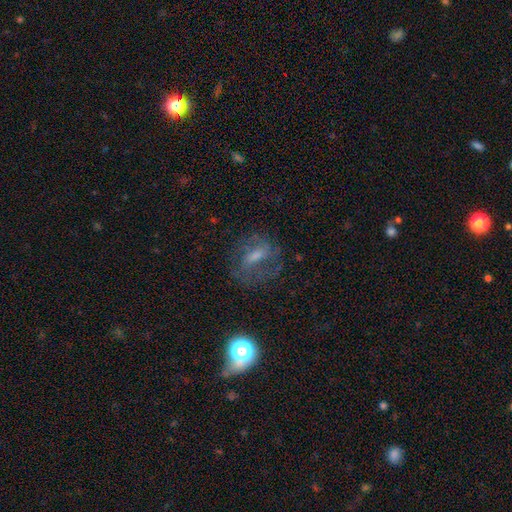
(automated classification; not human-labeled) Morphology: type=featured or disk (57%); edge-on=no (93%); bar=weak (45%); spiral arms=yes (71%); bulge=moderate (40%); merging=none (58%).